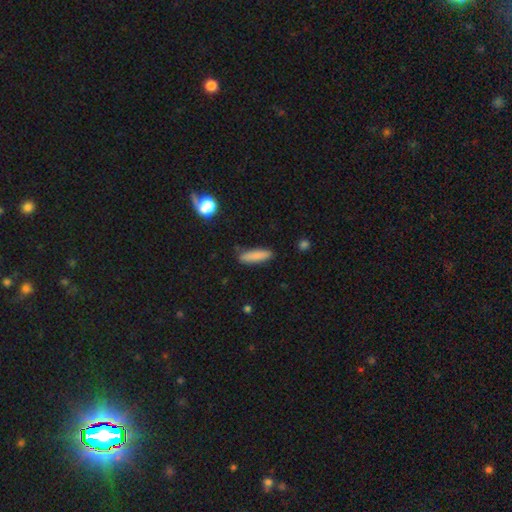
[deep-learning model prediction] A smooth galaxy with no disk features (84%) that is cigar-shaped (67%). Merging: none (83%).